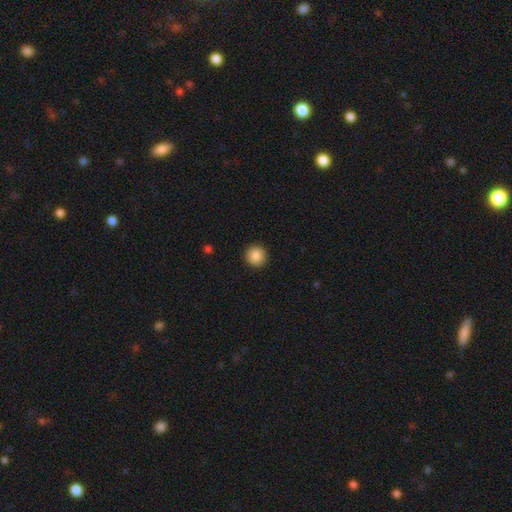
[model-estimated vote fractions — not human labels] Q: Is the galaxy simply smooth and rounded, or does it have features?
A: smooth — 88%.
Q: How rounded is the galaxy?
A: round — 94%.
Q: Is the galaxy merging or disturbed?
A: none — 93%.